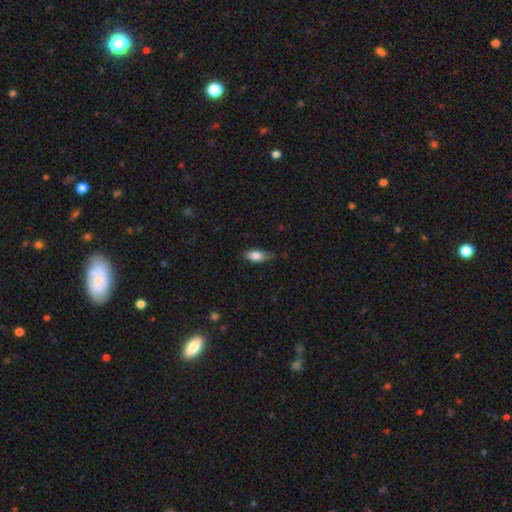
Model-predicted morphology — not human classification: Smooth or featured: smooth — 79% (featured or disk — 14%)
How rounded: in between — 78% (cigar-shaped — 18%)
Merging: none — 66% (minor disturbance — 28%)